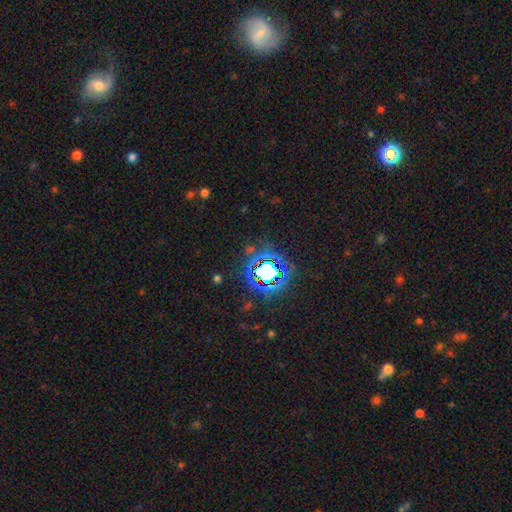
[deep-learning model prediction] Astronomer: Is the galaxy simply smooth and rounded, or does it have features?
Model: star or artifact — 79%.